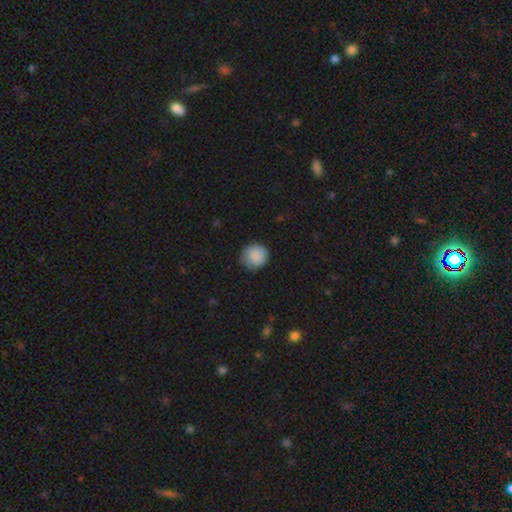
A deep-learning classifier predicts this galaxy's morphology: smooth-or-featured: smooth: 88% | star or artifact: 7% | featured or disk: 5%
  how-rounded: round: 90% | in between: 9% | cigar-shaped: 1%
  merging: none: 82% | minor disturbance: 14% | major disturbance: 3% | merger: 1%